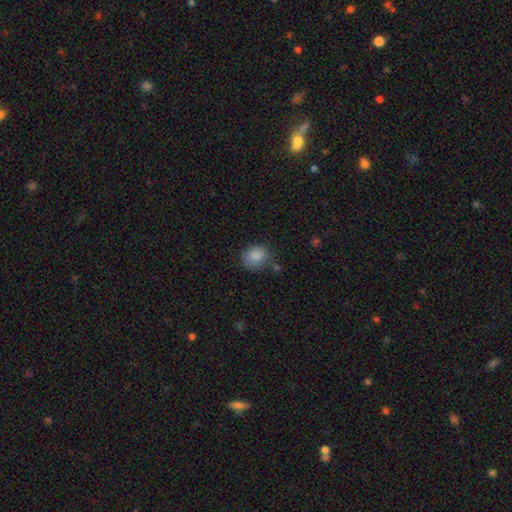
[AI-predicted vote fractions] This appears to be a smooth galaxy with no disk features (86%) that is round (70%). Merging: none (65%).